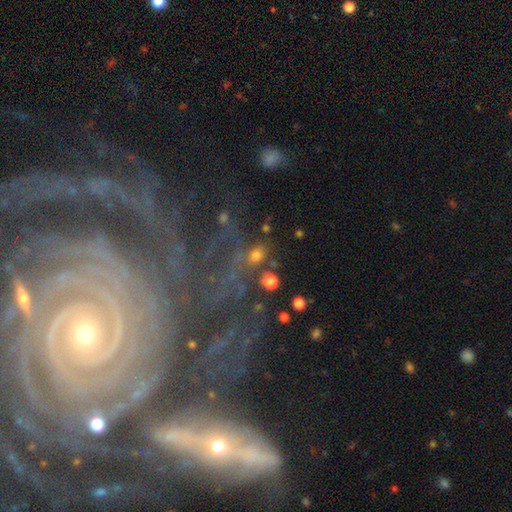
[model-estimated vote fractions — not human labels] smooth-or-featured: smooth: 57% | star or artifact: 24% | featured or disk: 19%
  how-rounded: round: 57% | in between: 39% | cigar-shaped: 3%
  merging: none: 72% | minor disturbance: 13% | merger: 8% | major disturbance: 7%